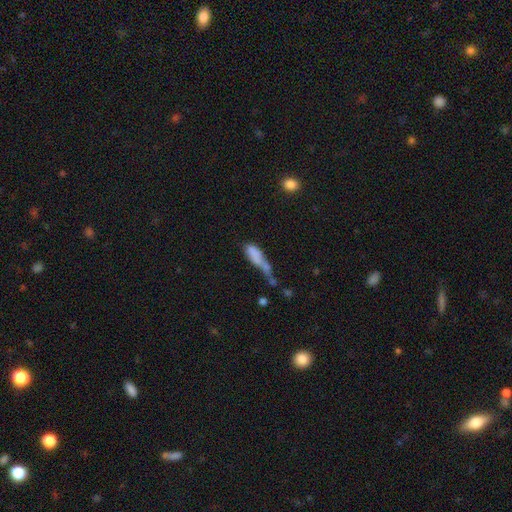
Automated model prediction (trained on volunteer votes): Morphology: type=smooth (68%); roundness=in between (53%); merging=merger (35%).